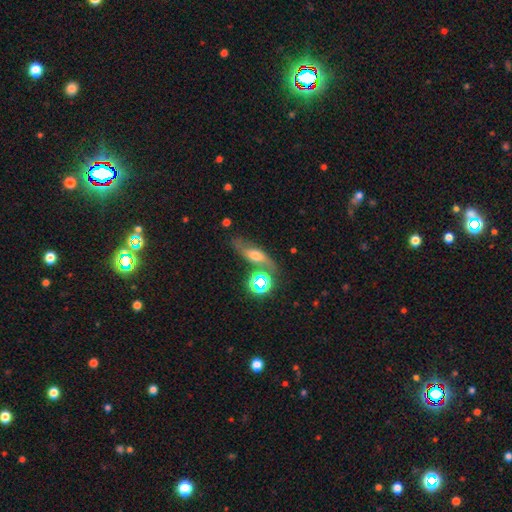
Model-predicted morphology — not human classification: This is possibly a featured or disk galaxy (45%). Merging: possibly none (59%).